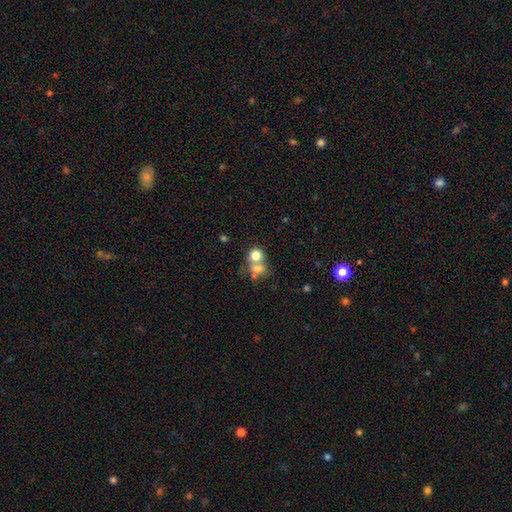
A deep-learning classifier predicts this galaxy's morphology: The model was most divided on "merging": merger: 54%, none: 33%, minor disturbance: 8%, major disturbance: 5%. More confident: smooth or featured — smooth (76%); how rounded — round (70%).